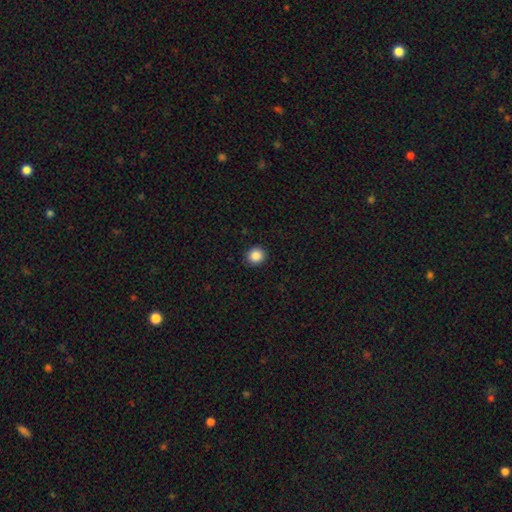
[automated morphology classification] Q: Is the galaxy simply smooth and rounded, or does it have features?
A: smooth — 87%.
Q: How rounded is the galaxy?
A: round — 91%.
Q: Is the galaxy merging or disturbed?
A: none — 92%.